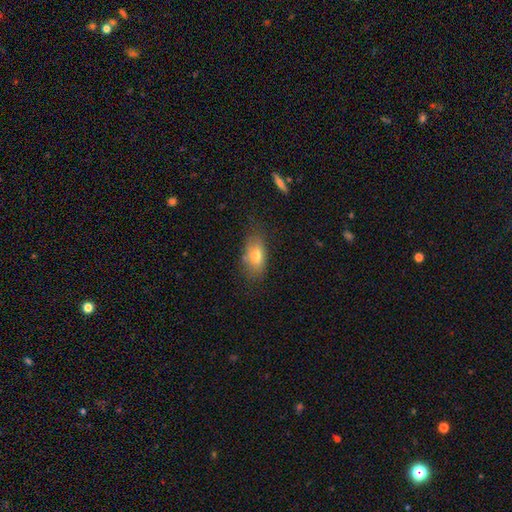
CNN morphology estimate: smooth-or-featured: smooth: 74% | featured or disk: 17% | star or artifact: 9%
  how-rounded: in between: 88% | round: 7% | cigar-shaped: 6%
  merging: none: 68% | minor disturbance: 22% | major disturbance: 7% | merger: 3%